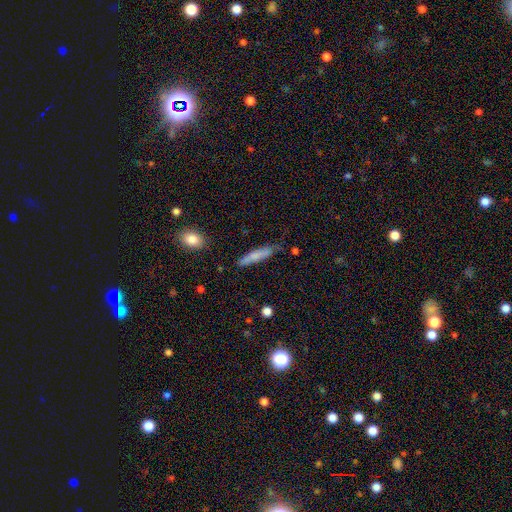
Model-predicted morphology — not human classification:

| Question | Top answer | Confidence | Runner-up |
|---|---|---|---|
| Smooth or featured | smooth | 72% | featured or disk (21%) |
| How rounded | cigar-shaped | 88% | in between (10%) |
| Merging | none | 72% | minor disturbance (21%) |